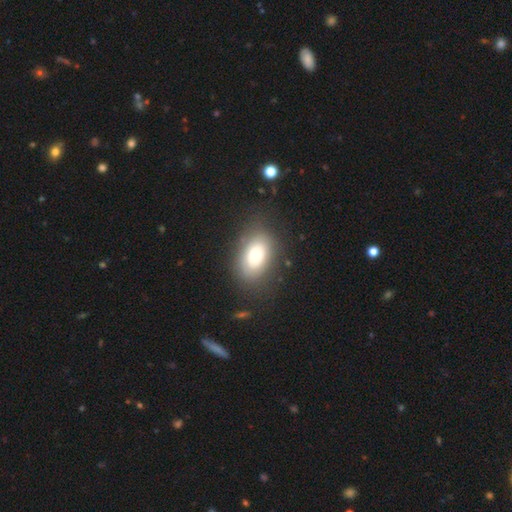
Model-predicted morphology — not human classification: type=smooth (63%); roundness=in between (83%); merging=none (76%).